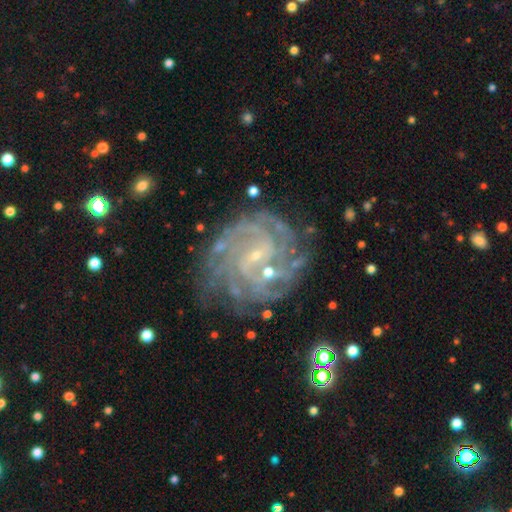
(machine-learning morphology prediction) Smooth or featured: featured or disk — 88% (star or artifact — 7%)
Edge-on disk: no — 98% (yes — 2%)
Bar: no — 44% (weak — 43%)
Spiral arms: yes — 96% (no — 4%)
Spiral winding: tight — 70% (medium — 25%)
Spiral arm count: can't tell — 29% (4 — 22%)
Bulge size: small — 83% (moderate — 10%)
Merging: none — 70% (minor disturbance — 18%)